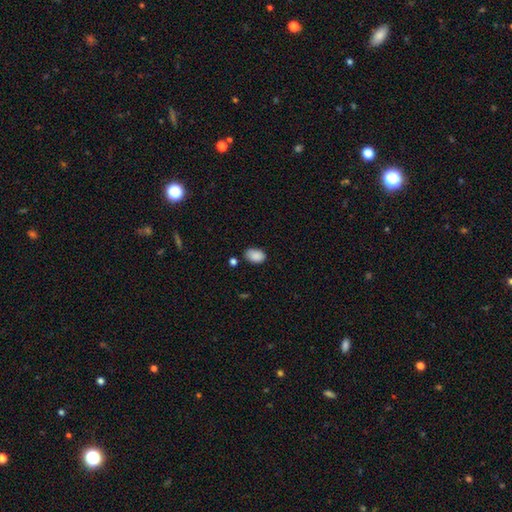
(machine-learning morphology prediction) type=smooth (89%); roundness=in between (86%); merging=none (77%).